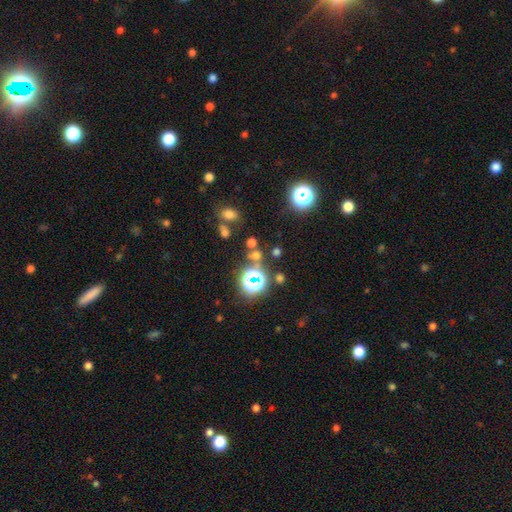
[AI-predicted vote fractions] smooth_or_featured: smooth (p=0.47) [alt: star or artifact p=0.44]
merging: none (p=0.66) [alt: merger p=0.18]